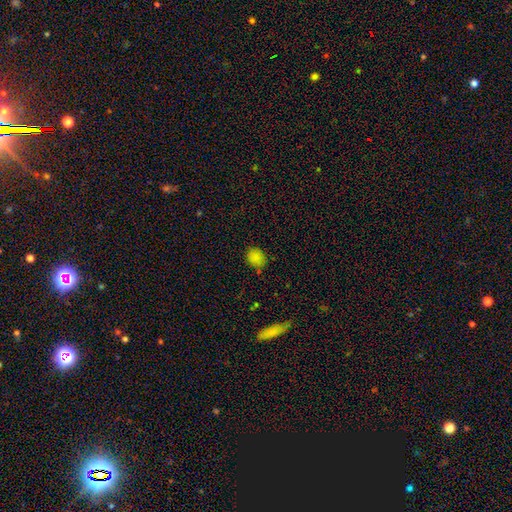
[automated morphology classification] This is clearly a smooth galaxy (82%). How rounded: likely round (64%). Merging: likely none (78%).